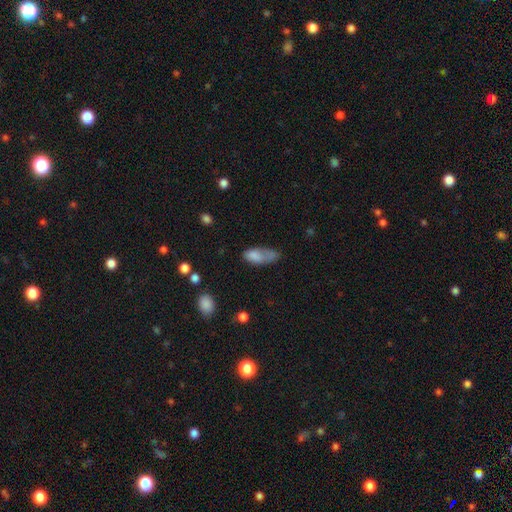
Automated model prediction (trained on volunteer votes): smooth 77%, featured or disk 15%, star or artifact 9%. Down the decision tree: how rounded — in between (81%); merging — minor disturbance (33%).